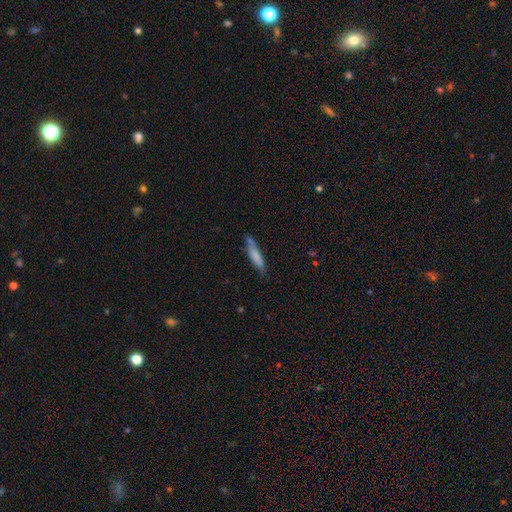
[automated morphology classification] This appears to be a smooth galaxy with no disk features (74%) that is cigar-shaped (83%). Merging: none (65%).